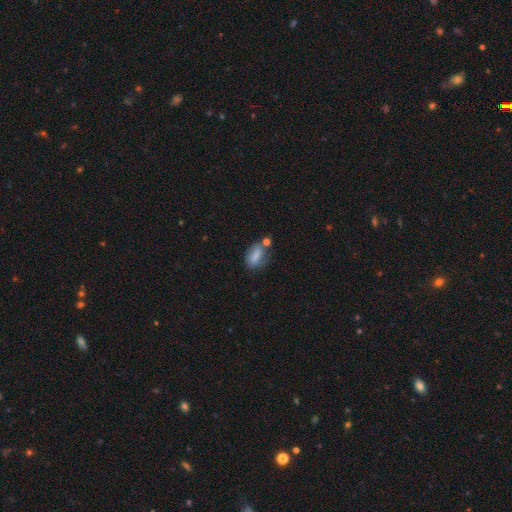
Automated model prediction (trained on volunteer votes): This is likely a smooth galaxy (72%). How rounded: clearly in between (82%). Merging: possibly none (46%).